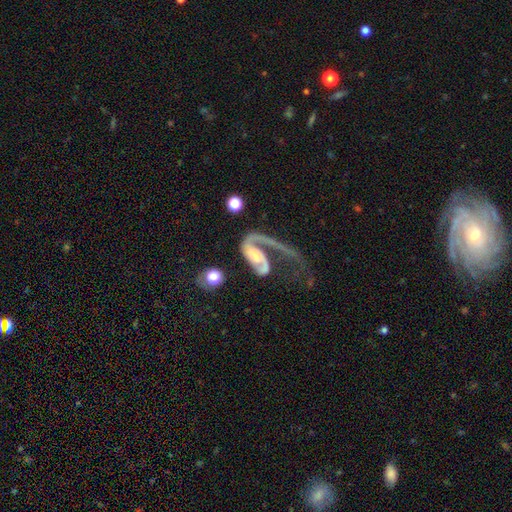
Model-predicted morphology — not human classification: Smooth or featured: featured or disk — 85% (smooth — 10%)
Edge-on disk: no — 96% (yes — 4%)
Bar: no — 47% (weak — 32%)
Spiral arms: yes — 93% (no — 7%)
Spiral winding: loose — 52% (medium — 33%)
Spiral arm count: 1 — 62% (2 — 32%)
Bulge size: small — 41% (moderate — 39%)
Merging: major disturbance — 52% (none — 25%)